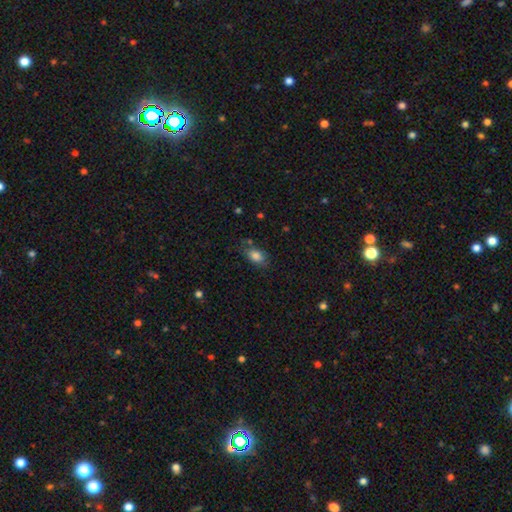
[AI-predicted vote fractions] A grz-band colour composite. It shows a smooth galaxy with no disk features (83%) that is in between round and cigar-shaped (85%). Merging: none (71%).